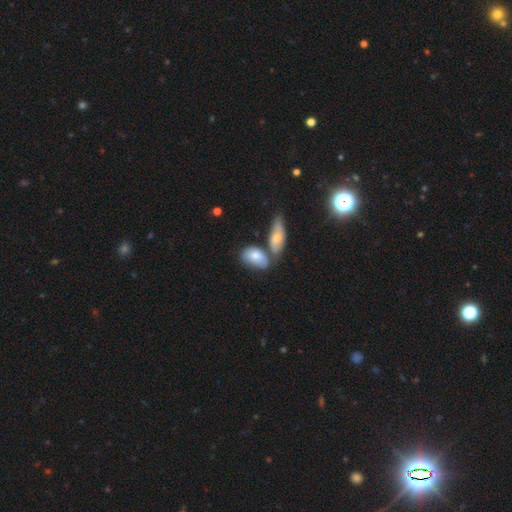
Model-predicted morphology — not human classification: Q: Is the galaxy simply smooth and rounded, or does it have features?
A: smooth — 73%.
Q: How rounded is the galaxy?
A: in between — 89%.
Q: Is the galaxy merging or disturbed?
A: merger — 39%, tied with none.